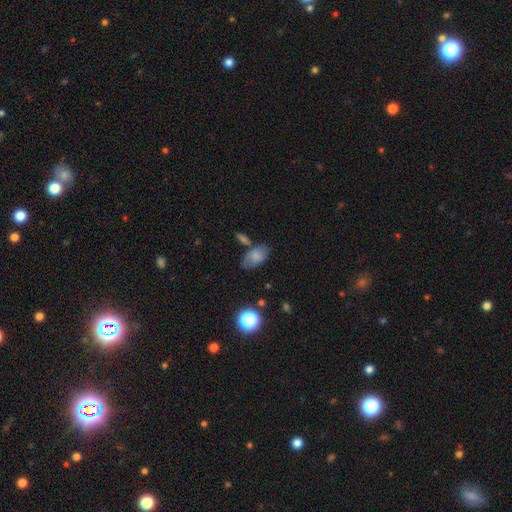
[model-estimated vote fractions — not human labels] The model was most divided on "merging": none: 60%, minor disturbance: 21%, merger: 12%, major disturbance: 7%. More confident: how rounded — in between (91%); smooth or featured — smooth (74%).